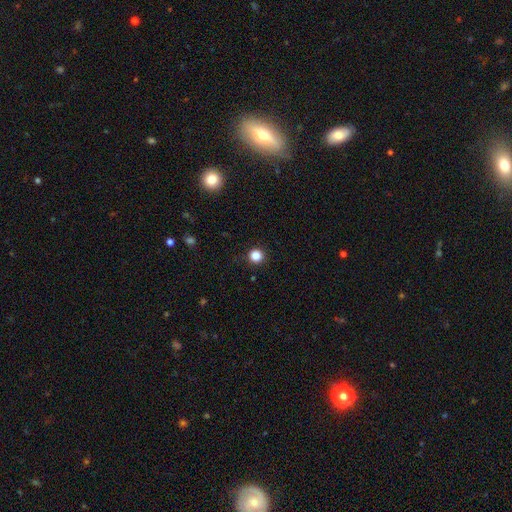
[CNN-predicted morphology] smooth 85%, star or artifact 12%, featured or disk 3%. Down the decision tree: how rounded — round (95%); merging — none (91%).